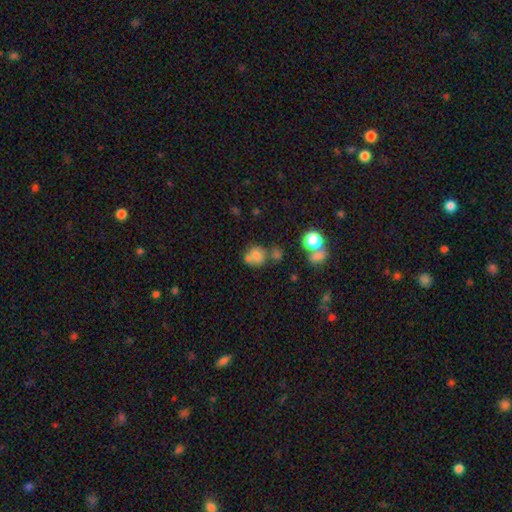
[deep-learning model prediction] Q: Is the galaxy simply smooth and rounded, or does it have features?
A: smooth — 72%.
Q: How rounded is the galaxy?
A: round — 75%.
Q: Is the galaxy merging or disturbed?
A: none — 45%.